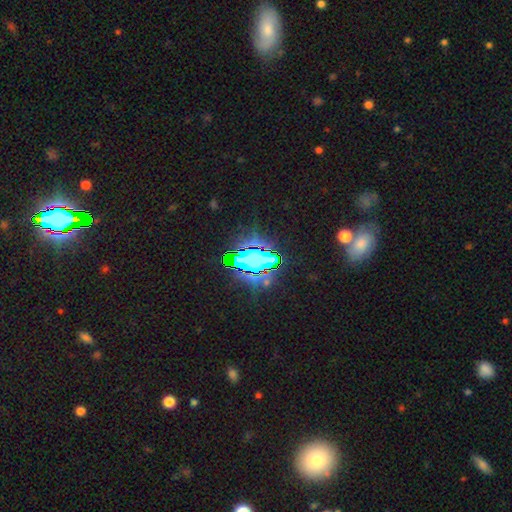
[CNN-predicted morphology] This appears to be a star or artifact, not a galaxy (77%).